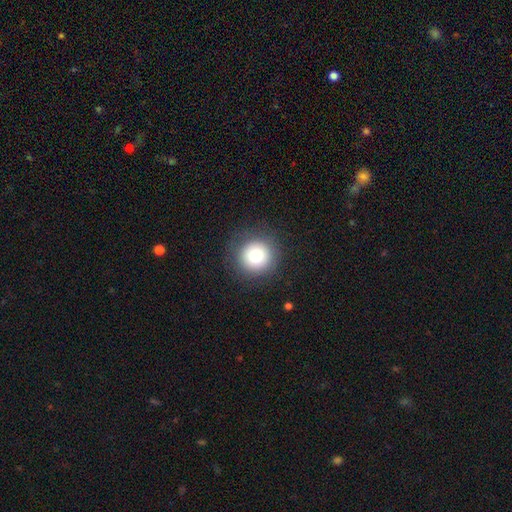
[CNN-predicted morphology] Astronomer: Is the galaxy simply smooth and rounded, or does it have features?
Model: smooth — 83%.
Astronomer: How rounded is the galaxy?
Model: round — 95%.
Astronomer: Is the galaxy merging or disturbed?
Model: none — 88%.